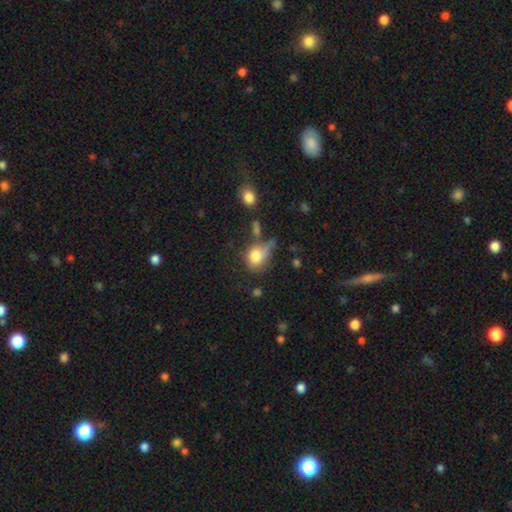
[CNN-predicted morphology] A smooth galaxy with no disk features (78%) that is round (57%). Merging: none (39%).